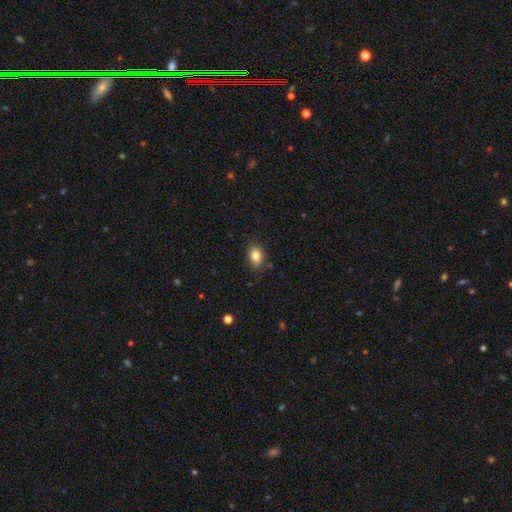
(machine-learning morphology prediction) A smooth galaxy with no disk features (83%) that is in between round and cigar-shaped (77%). Merging: none (81%).